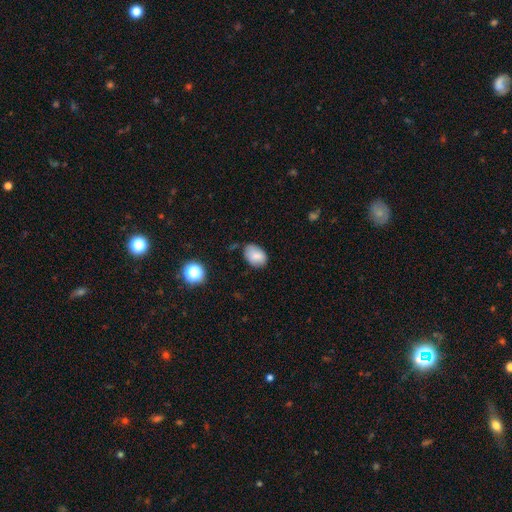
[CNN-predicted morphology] Smooth or featured: smooth — 81% (featured or disk — 9%)
How rounded: in between — 80% (round — 19%)
Merging: none — 66% (minor disturbance — 27%)